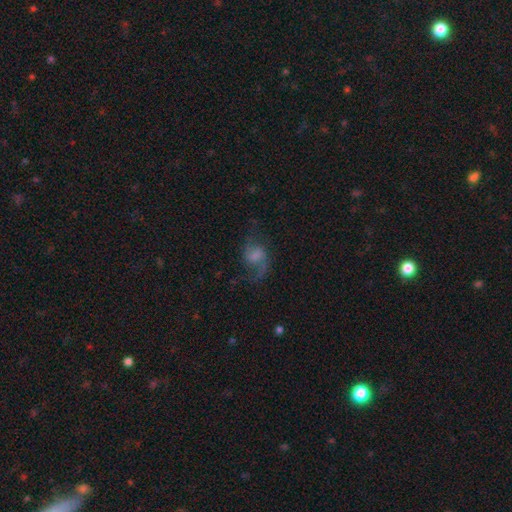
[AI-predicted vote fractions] A featured or disk galaxy (72%) with a weak bar (51%), 2 (88%) loose (62%) spiral arms (93%) and no central bulge (38%). Merging: none (65%).